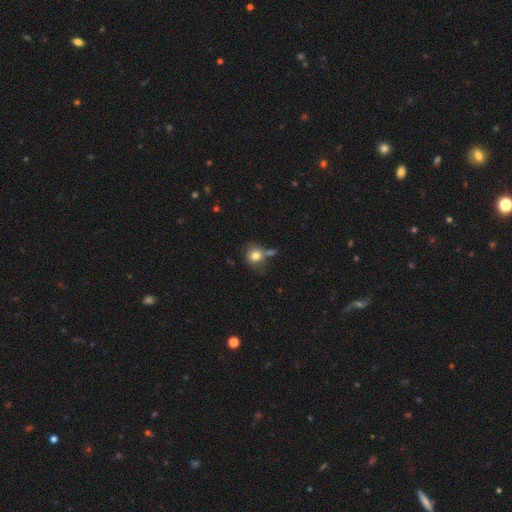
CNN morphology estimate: Overall: smooth (79%). How rounded: round (78%). Merging: none (58%; minor disturbance 18%).